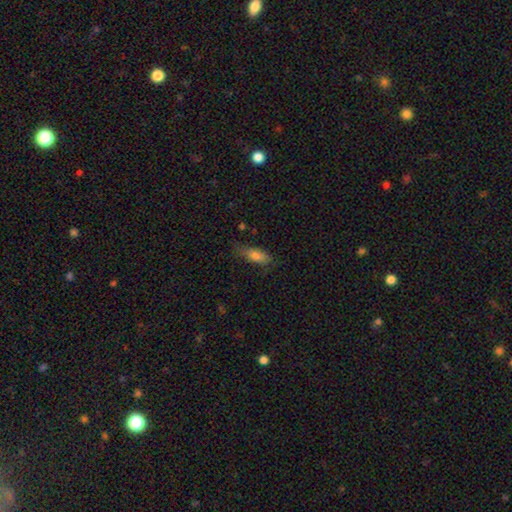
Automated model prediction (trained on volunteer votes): Overall: smooth (79%). How rounded: in between (71%). Merging: none (64%; minor disturbance 26%).